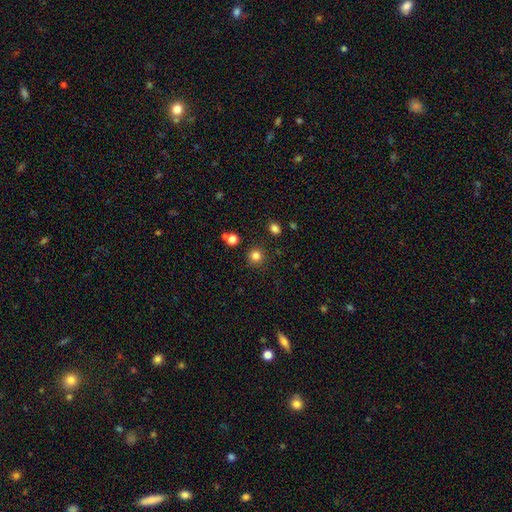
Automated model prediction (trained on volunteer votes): Smooth or featured?
  - smooth: 82% *
  - star or artifact: 14%
  - featured or disk: 4%
How rounded?
  - round: 93% *
  - in between: 6%
  - cigar-shaped: 1%
Merging?
  - none: 87% *
  - minor disturbance: 7%
  - merger: 3%
  - major disturbance: 2%